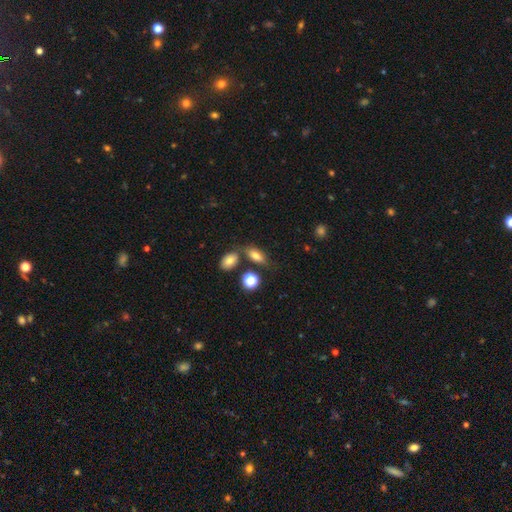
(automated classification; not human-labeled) Smooth or featured?
  - smooth: 77% *
  - featured or disk: 13%
  - star or artifact: 10%
How rounded?
  - in between: 82% *
  - cigar-shaped: 9%
  - round: 8%
Merging?
  - none: 65% *
  - merger: 15%
  - minor disturbance: 15%
  - major disturbance: 5%